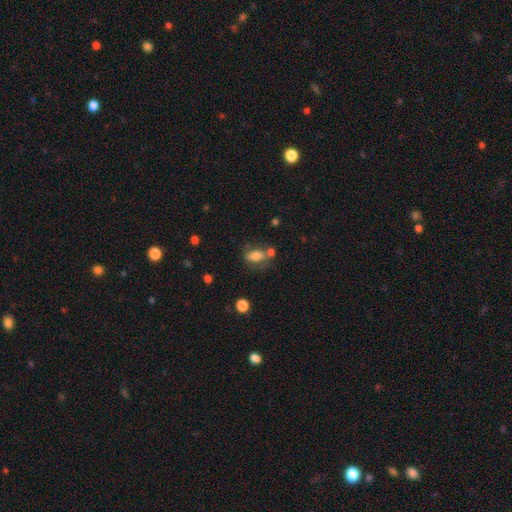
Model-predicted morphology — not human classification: smooth-or-featured: smooth: 70% | featured or disk: 19% | star or artifact: 11%
  how-rounded: in between: 80% | round: 14% | cigar-shaped: 6%
  merging: none: 53% | merger: 20% | minor disturbance: 19% | major disturbance: 9%